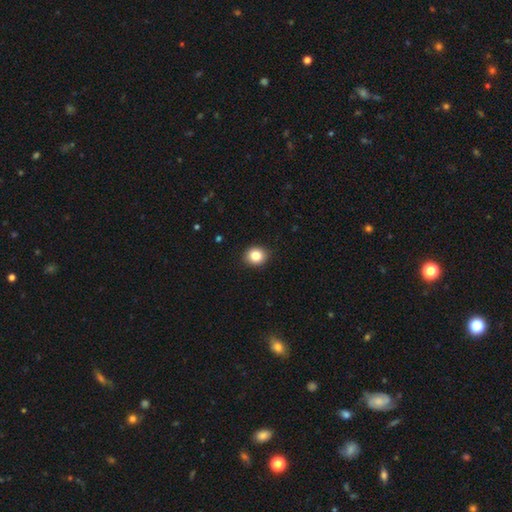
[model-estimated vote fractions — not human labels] Smooth or featured: smooth — 86% (star or artifact — 10%)
How rounded: round — 76% (in between — 23%)
Merging: none — 90% (minor disturbance — 7%)